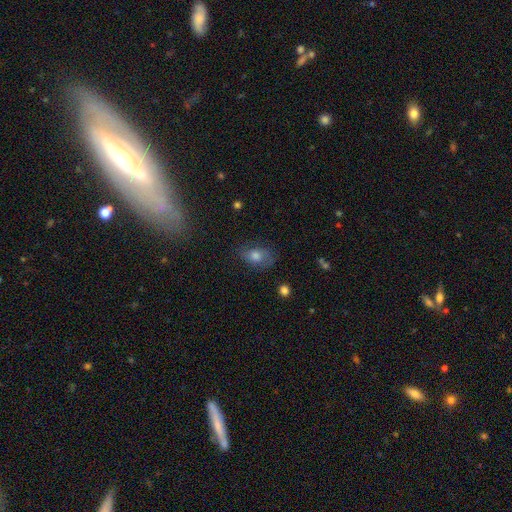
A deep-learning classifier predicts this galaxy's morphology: This is likely a smooth galaxy (62%). How rounded: likely in between (75%). Merging: likely none (68%).